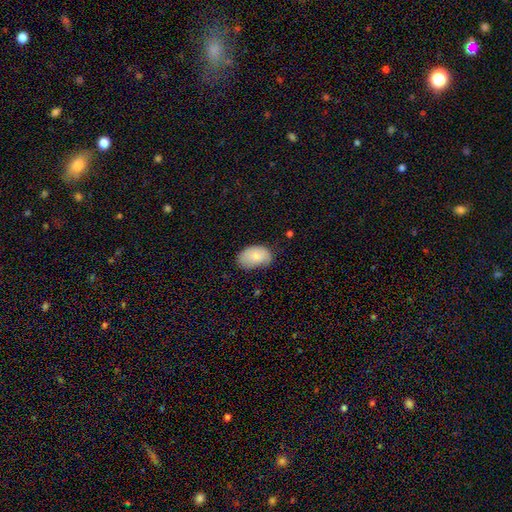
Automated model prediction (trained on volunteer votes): smooth-or-featured: smooth: 81% | featured or disk: 12% | star or artifact: 7%
  how-rounded: in between: 90% | round: 9% | cigar-shaped: 1%
  merging: none: 56% | minor disturbance: 35% | major disturbance: 8% | merger: 2%